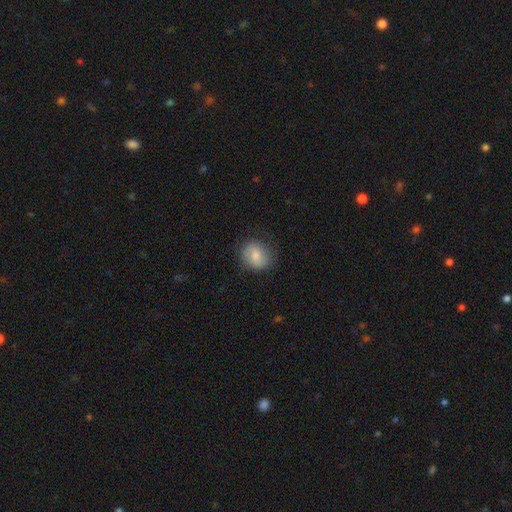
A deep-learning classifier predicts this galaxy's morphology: Smooth or featured? Predicted: smooth (p=0.72). How rounded? Predicted: round (p=0.70). Merging? Predicted: none (p=0.80).